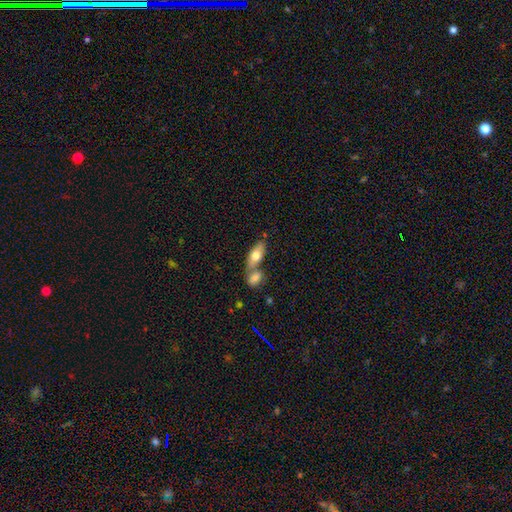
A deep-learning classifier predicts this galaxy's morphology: A smooth galaxy with no disk features (69%) that is in between round and cigar-shaped (80%).

Vote fractions:
- Smooth or featured? smooth: 69% / featured or disk: 24% / star or artifact: 6%
- How rounded? in between: 80% / cigar-shaped: 16% / round: 4%
- Merging? merger: 51% / none: 36% / minor disturbance: 9% / major disturbance: 3%